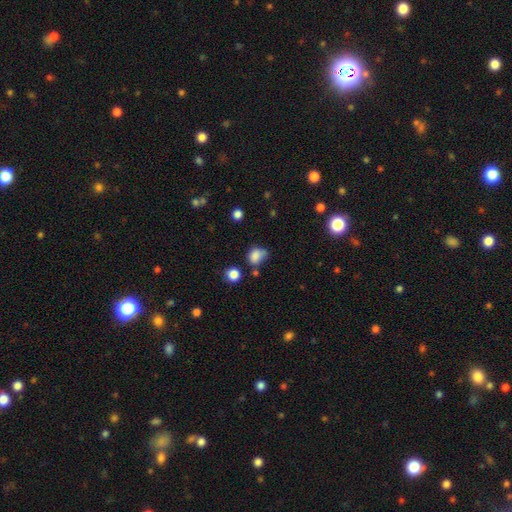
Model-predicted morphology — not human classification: smooth-or-featured: smooth: 81% | star or artifact: 12% | featured or disk: 7%
  how-rounded: in between: 52% | round: 47% | cigar-shaped: 1%
  merging: none: 43% | minor disturbance: 35% | major disturbance: 13% | merger: 10%